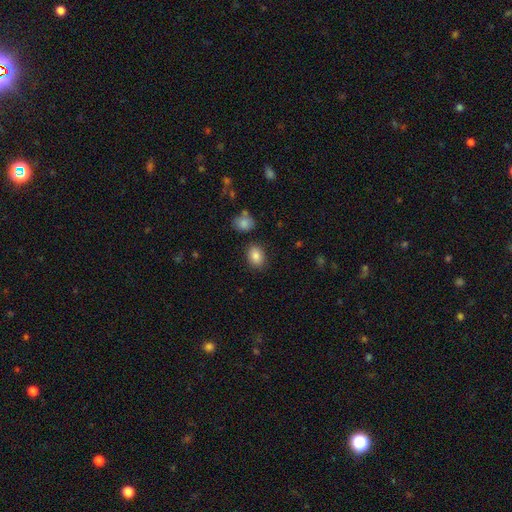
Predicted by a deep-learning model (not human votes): The model was most divided on "how rounded": in between: 63%, round: 36%, cigar-shaped: 1%. More confident: smooth or featured — smooth (84%); merging — none (83%).